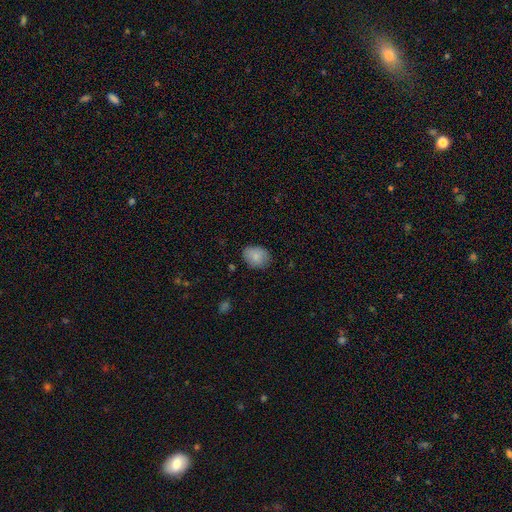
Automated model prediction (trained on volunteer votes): This is clearly a smooth galaxy (84%). How rounded: possibly in between (53%). Merging: clearly none (80%).